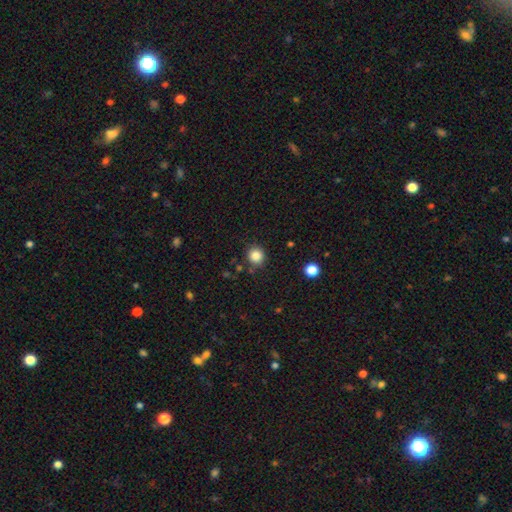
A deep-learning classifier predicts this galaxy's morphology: smooth 85%, star or artifact 11%, featured or disk 4%. Down the decision tree: how rounded — round (89%); merging — none (85%).